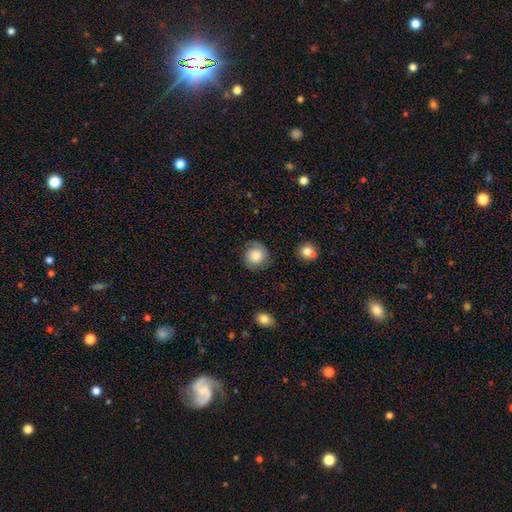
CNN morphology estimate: Smooth or featured: smooth — 74% (featured or disk — 18%)
How rounded: round — 87% (in between — 12%)
Merging: none — 69% (minor disturbance — 21%)